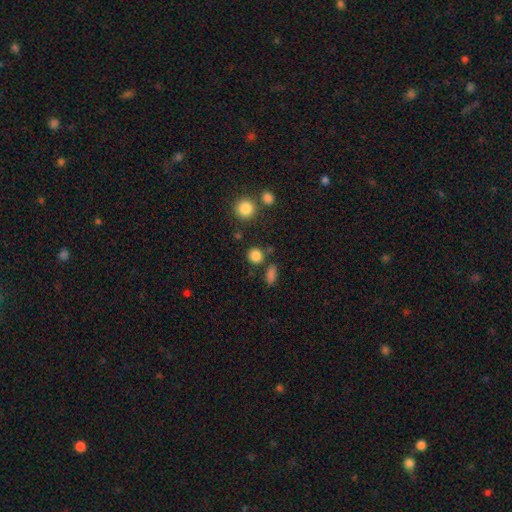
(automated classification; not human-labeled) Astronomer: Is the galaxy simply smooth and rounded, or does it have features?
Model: smooth — 83%.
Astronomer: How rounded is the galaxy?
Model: round — 87%.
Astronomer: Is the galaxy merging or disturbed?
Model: none — 80%.